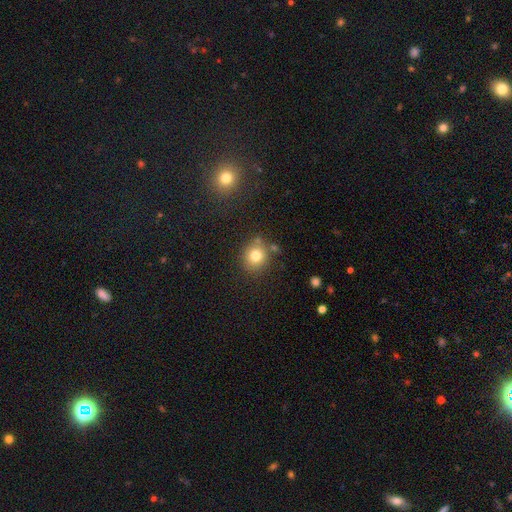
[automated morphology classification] This appears to be a smooth galaxy with no disk features (78%) that is round (82%). Merging: none (78%).